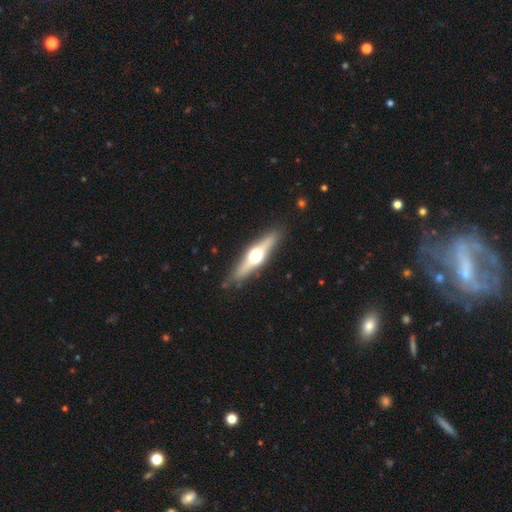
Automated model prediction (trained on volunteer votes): Smooth or featured? featured or disk (69%)
Edge-on disk? yes (96%)
Edge-on bulge? rounded (96%)
Merging? none (87%)